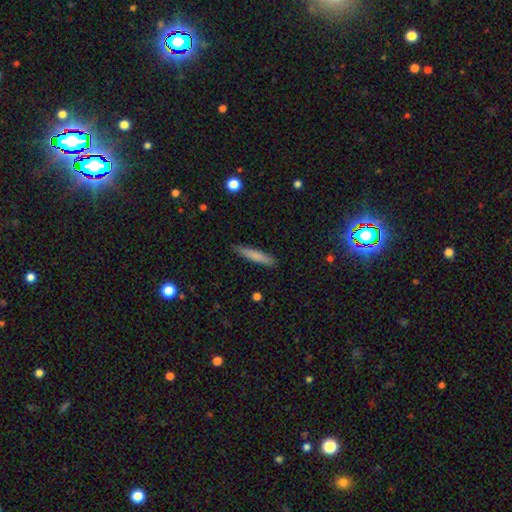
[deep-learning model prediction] Smooth or featured: smooth — 78% (featured or disk — 16%)
How rounded: cigar-shaped — 92% (in between — 7%)
Merging: none — 87% (minor disturbance — 10%)